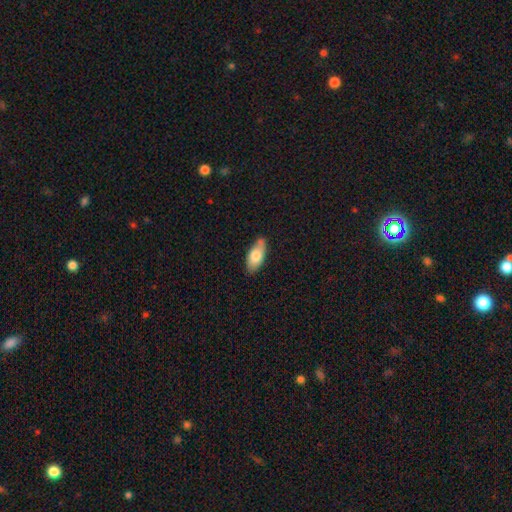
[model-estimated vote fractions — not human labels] Smooth or featured: smooth — 76% (featured or disk — 18%)
How rounded: in between — 88% (cigar-shaped — 10%)
Merging: none — 73% (minor disturbance — 21%)